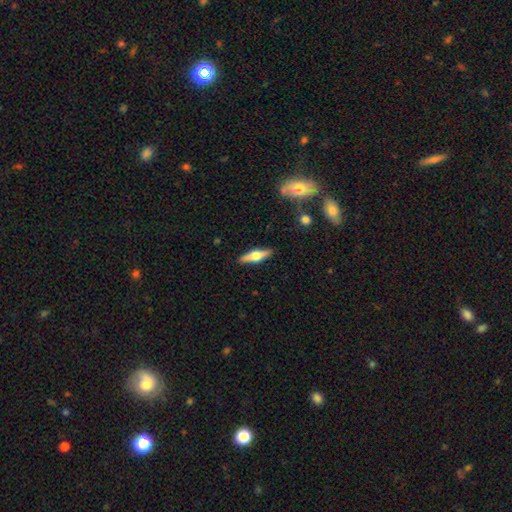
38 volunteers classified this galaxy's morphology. Smooth or featured: featured or disk — 76% (smooth — 21%)
Edge-on disk: yes — 100%
Edge-on bulge: rounded — 100%
Merging: none — 84% (minor disturbance — 8%)